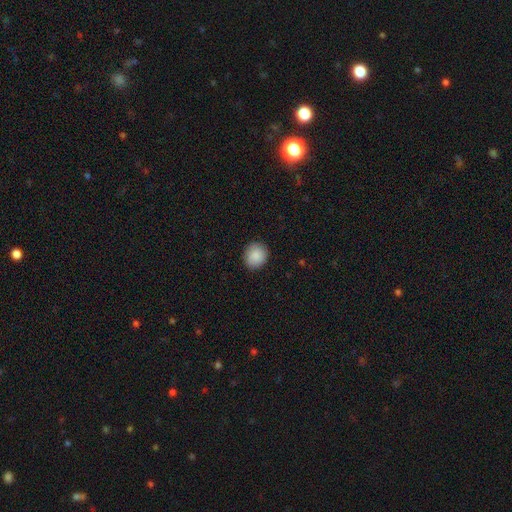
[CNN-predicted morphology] Q: Smooth or featured?
A: smooth (89%); runner-up: star or artifact (7%)
Q: How rounded?
A: round (83%); runner-up: in between (16%)
Q: Merging?
A: none (89%); runner-up: minor disturbance (8%)